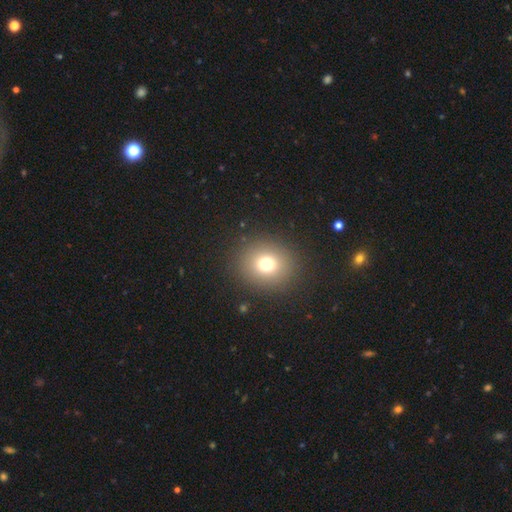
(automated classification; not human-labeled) A smooth galaxy with no disk features (71%) that is round (79%).

Vote fractions:
- Smooth or featured? smooth: 71% / star or artifact: 19% / featured or disk: 9%
- How rounded? round: 79% / in between: 20% / cigar-shaped: 1%
- Merging? none: 91% / minor disturbance: 6% / major disturbance: 2% / merger: 1%